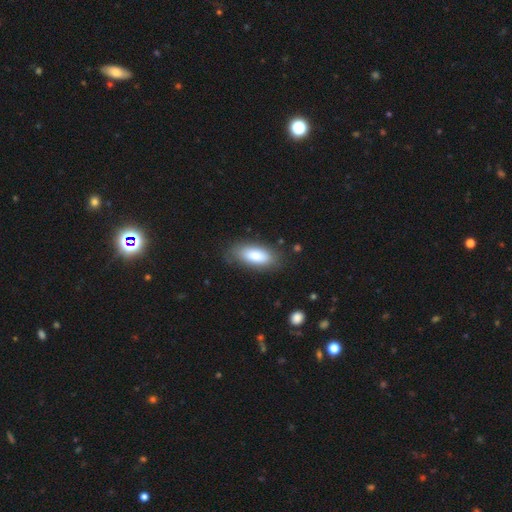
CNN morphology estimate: This appears to be a smooth galaxy with no disk features (83%) that is in between round and cigar-shaped (85%). Merging: none (79%).